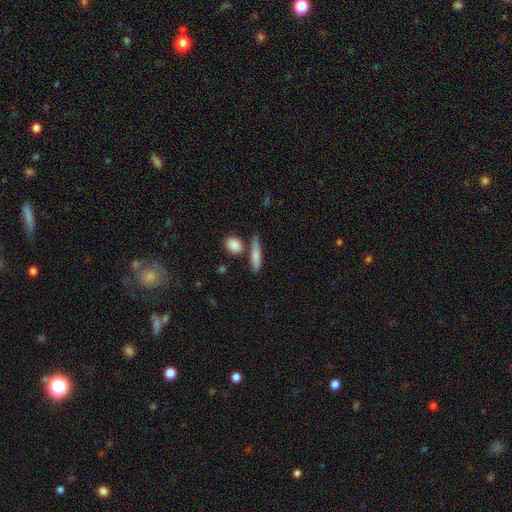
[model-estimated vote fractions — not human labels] Q: Smooth or featured?
A: smooth (74%); runner-up: featured or disk (19%)
Q: How rounded?
A: cigar-shaped (73%); runner-up: in between (23%)
Q: Merging?
A: none (68%); runner-up: minor disturbance (16%)